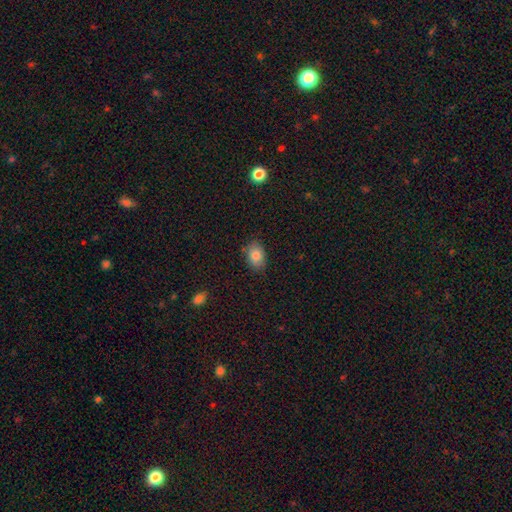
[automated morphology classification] smooth_or_featured: smooth (p=0.84) [alt: star or artifact p=0.08]
how_rounded: in between (p=0.80) [alt: round p=0.19]
merging: none (p=0.83) [alt: minor disturbance p=0.13]